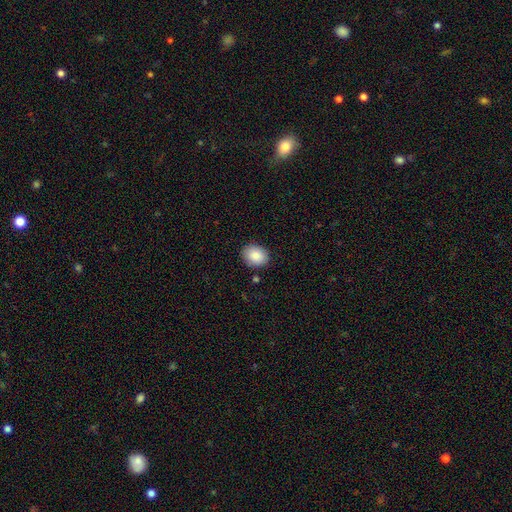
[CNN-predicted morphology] Smooth or featured? smooth (87%)
How rounded? in between (53%)
Merging? none (86%)